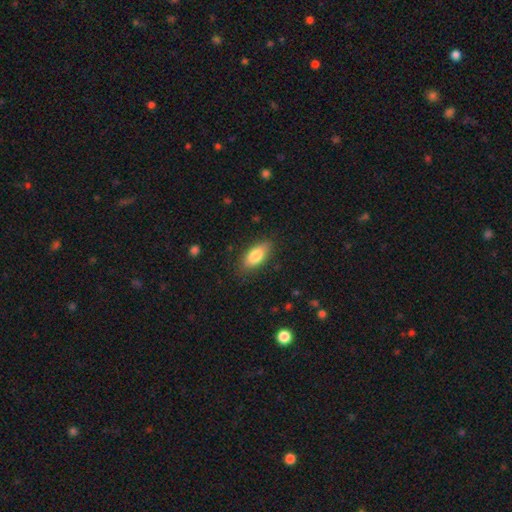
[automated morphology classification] Overall: smooth (82%). How rounded: in between (85%). Merging: none (84%).